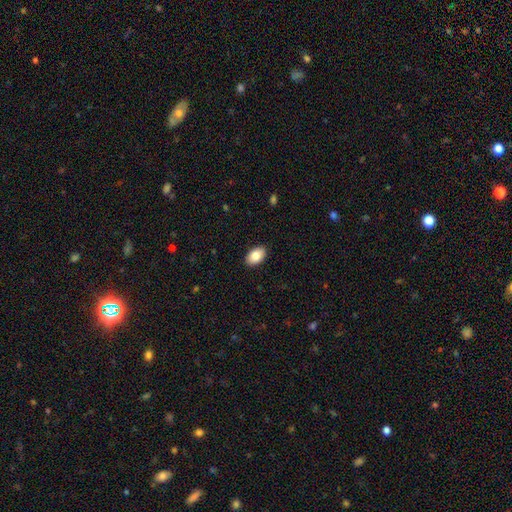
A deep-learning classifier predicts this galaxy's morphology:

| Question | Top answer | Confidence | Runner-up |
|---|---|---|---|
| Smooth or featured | smooth | 84% | featured or disk (9%) |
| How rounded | in between | 93% | round (6%) |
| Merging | none | 90% | minor disturbance (8%) |